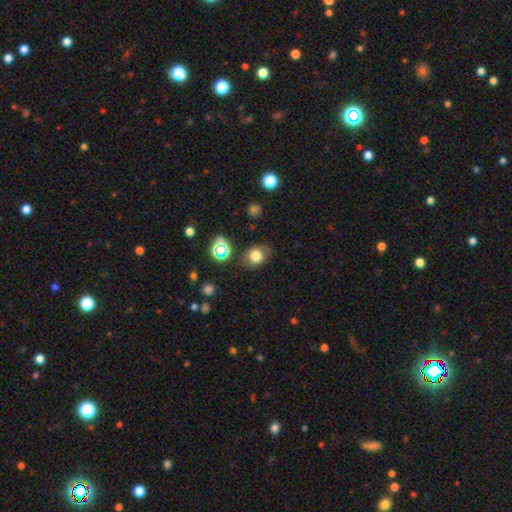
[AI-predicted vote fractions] Smooth or featured?
  - smooth: 74% *
  - star or artifact: 15%
  - featured or disk: 11%
How rounded?
  - in between: 50% *
  - round: 49%
  - cigar-shaped: 1%
Merging?
  - none: 77% *
  - minor disturbance: 15%
  - major disturbance: 5%
  - merger: 3%